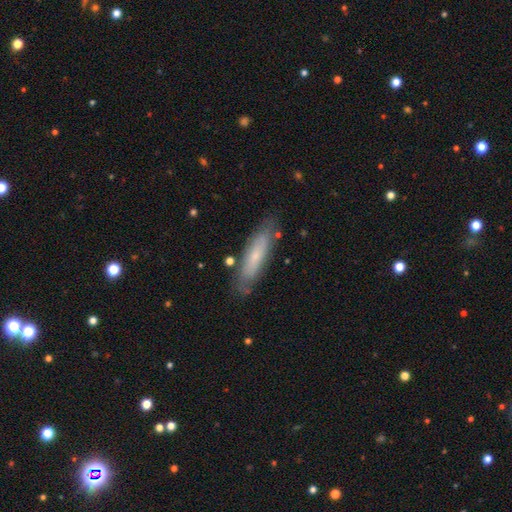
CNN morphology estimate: Overall: smooth (57%; featured or disk 36%). How rounded: cigar-shaped (66%; in between 33%). Merging: none (78%).